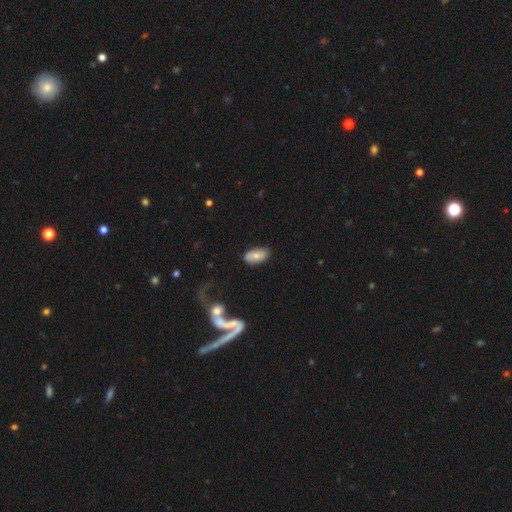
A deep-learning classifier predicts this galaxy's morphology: This is likely a smooth galaxy (72%). How rounded: clearly in between (93%). Merging: likely none (78%).